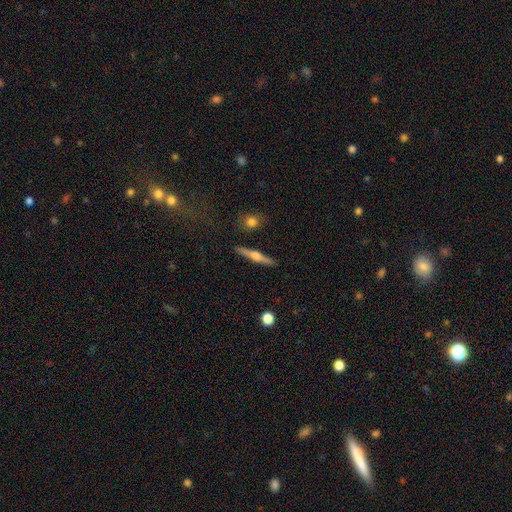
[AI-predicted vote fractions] smooth_or_featured: featured or disk (p=0.63) [alt: smooth p=0.31]
disk_edge_on: yes (p=0.97) [alt: no p=0.03]
edge_on_bulge: rounded (p=0.90) [alt: boxy p=0.06]
merging: none (p=0.90) [alt: minor disturbance p=0.07]